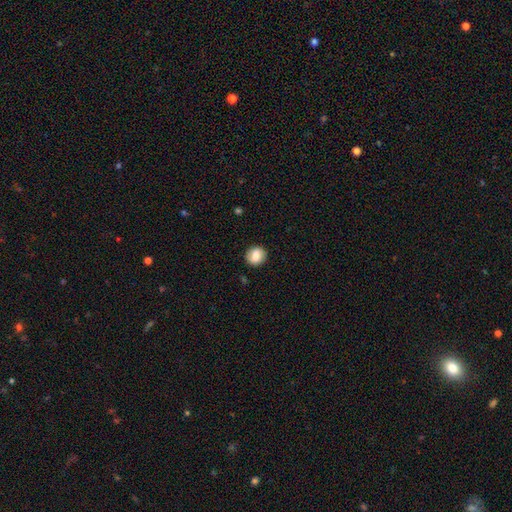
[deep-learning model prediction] smooth_or_featured: smooth (p=0.77) [alt: featured or disk p=0.15]
how_rounded: round (p=0.83) [alt: in between p=0.16]
merging: none (p=0.88) [alt: minor disturbance p=0.09]